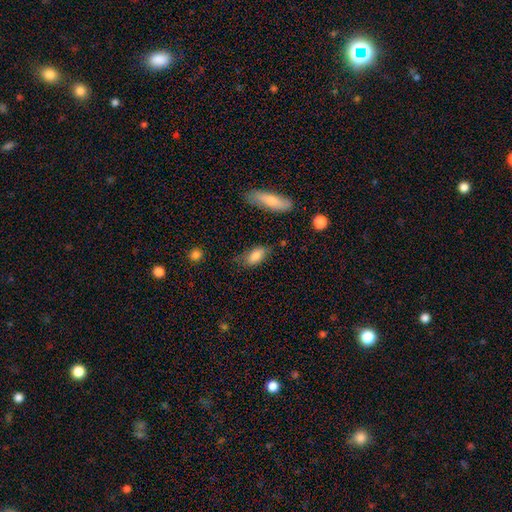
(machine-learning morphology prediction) smooth-or-featured: smooth: 82% | featured or disk: 11% | star or artifact: 8%
  how-rounded: in between: 86% | cigar-shaped: 11% | round: 3%
  merging: none: 62% | minor disturbance: 27% | major disturbance: 7% | merger: 4%